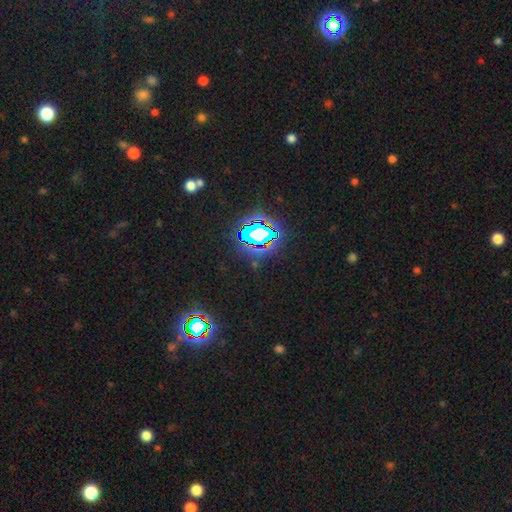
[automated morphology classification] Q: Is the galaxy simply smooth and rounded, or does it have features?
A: star or artifact — 82%.